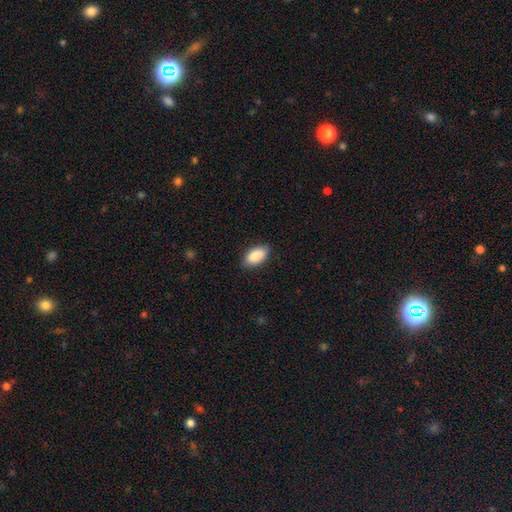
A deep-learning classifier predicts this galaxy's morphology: This appears to be a smooth galaxy with no disk features (89%) that is in between round and cigar-shaped (93%). Merging: none (86%).